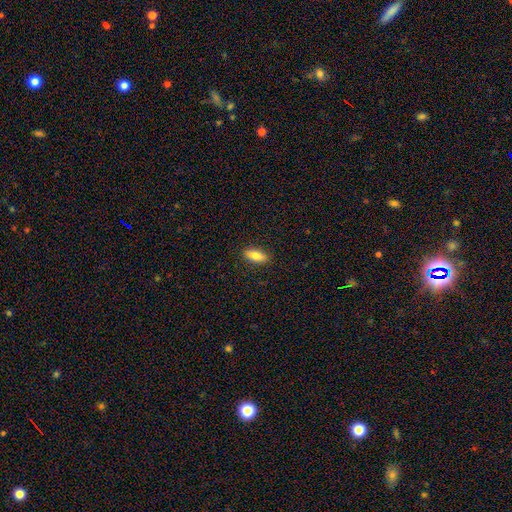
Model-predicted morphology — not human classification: A smooth galaxy with no disk features (78%) that is in between round and cigar-shaped (72%).

Vote fractions:
- Smooth or featured? smooth: 78% / featured or disk: 15% / star or artifact: 7%
- How rounded? in between: 72% / cigar-shaped: 26% / round: 3%
- Merging? none: 89% / minor disturbance: 8% / major disturbance: 2% / merger: 1%